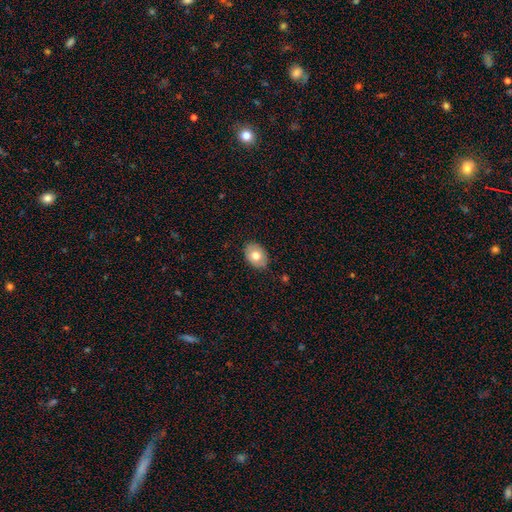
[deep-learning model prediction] This is likely a smooth galaxy (73%). How rounded: likely in between (71%). Merging: clearly none (85%).